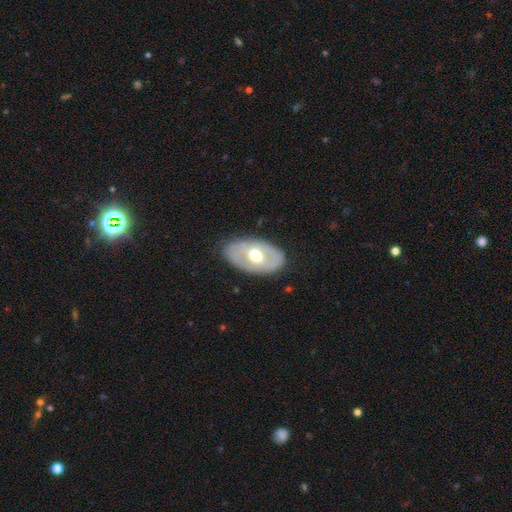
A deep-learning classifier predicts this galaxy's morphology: Smooth or featured? featured or disk (55%)
Edge-on disk? no (88%)
Merging? none (80%)